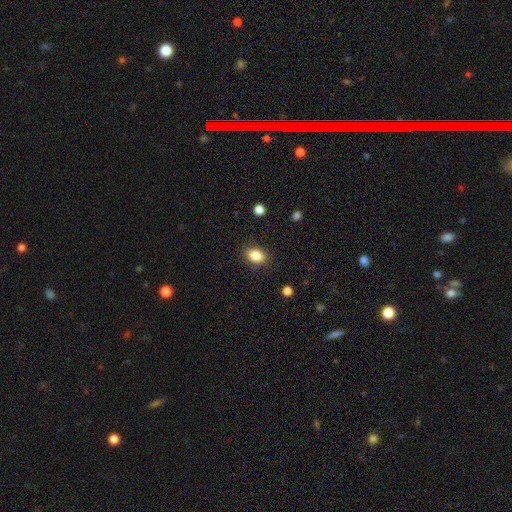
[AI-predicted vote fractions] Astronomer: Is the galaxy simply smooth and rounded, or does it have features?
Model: smooth — 85%.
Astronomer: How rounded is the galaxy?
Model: in between — 80%.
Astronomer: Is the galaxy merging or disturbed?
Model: none — 87%.